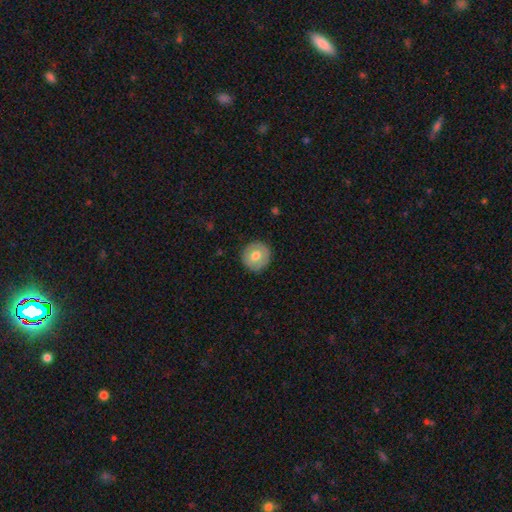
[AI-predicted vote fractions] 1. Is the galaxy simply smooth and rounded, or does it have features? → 63% smooth, 31% featured or disk, 7% star or artifact.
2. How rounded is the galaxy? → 92% round, 7% in between, 1% cigar-shaped.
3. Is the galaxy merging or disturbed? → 88% none, 9% minor disturbance, 2% major disturbance, 1% merger.